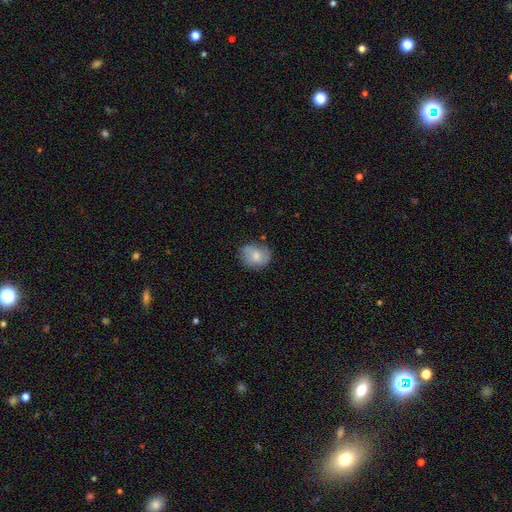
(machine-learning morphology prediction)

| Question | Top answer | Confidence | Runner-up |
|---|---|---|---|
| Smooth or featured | smooth | 72% | featured or disk (20%) |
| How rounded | round | 60% | in between (39%) |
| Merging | none | 65% | minor disturbance (26%) |